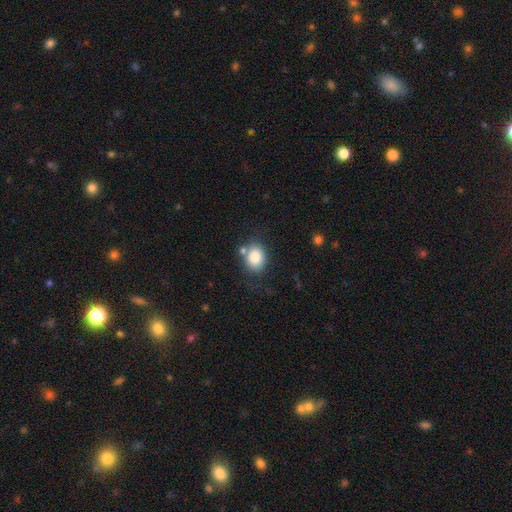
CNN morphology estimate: A smooth galaxy with no disk features (83%) that is in between round and cigar-shaped (52%).

Vote fractions:
- Smooth or featured? smooth: 83% / star or artifact: 9% / featured or disk: 8%
- How rounded? in between: 52% / round: 47% / cigar-shaped: 1%
- Merging? none: 67% / minor disturbance: 16% / merger: 12% / major disturbance: 5%